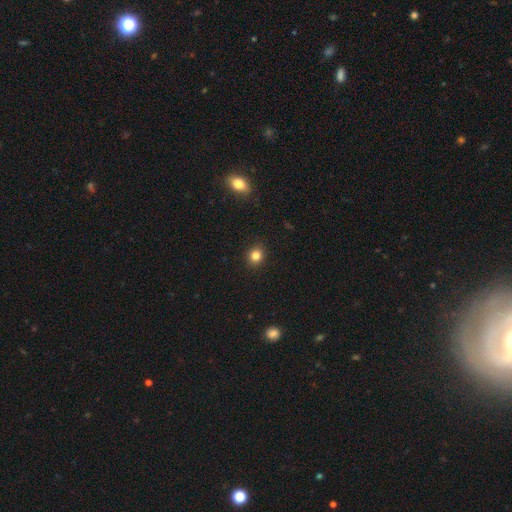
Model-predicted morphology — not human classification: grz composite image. It shows a smooth galaxy with no disk features (83%) that is round (76%). Merging: none (90%).